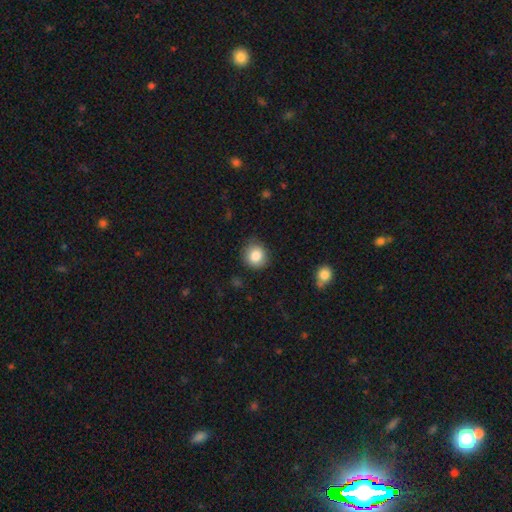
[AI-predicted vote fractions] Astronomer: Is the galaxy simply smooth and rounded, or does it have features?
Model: smooth — 84%.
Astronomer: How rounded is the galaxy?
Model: round — 87%.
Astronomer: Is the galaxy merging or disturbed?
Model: none — 83%.